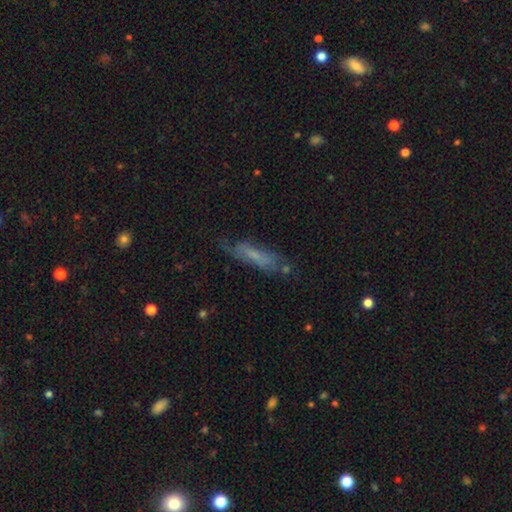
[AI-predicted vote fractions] Smooth or featured? Predicted: smooth (p=0.47). Merging? Predicted: none (p=0.59).